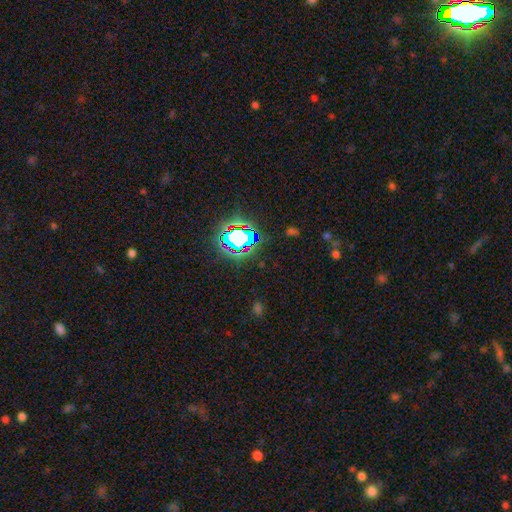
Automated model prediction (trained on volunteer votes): star or artifact 78%, smooth 14%, featured or disk 8%.